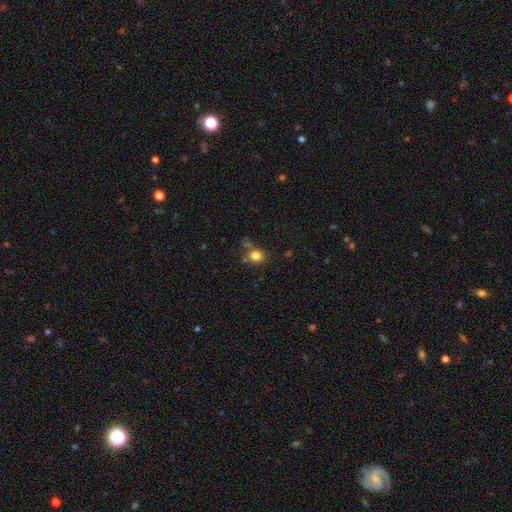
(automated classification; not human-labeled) Smooth or featured: smooth — 82% (star or artifact — 12%)
How rounded: round — 72% (in between — 27%)
Merging: none — 64% (minor disturbance — 17%)